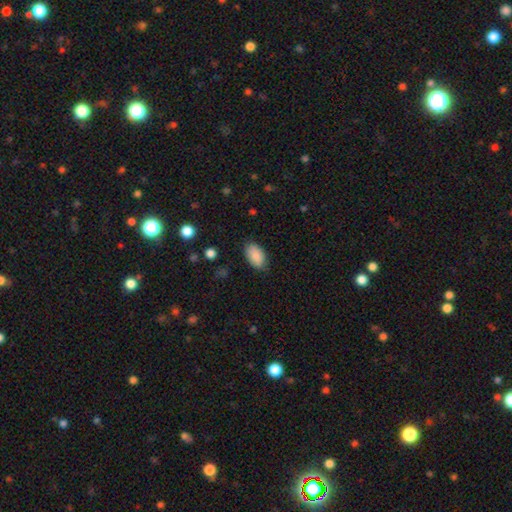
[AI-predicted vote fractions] A smooth galaxy with no disk features (89%) that is in between round and cigar-shaped (94%). Merging: none (82%).